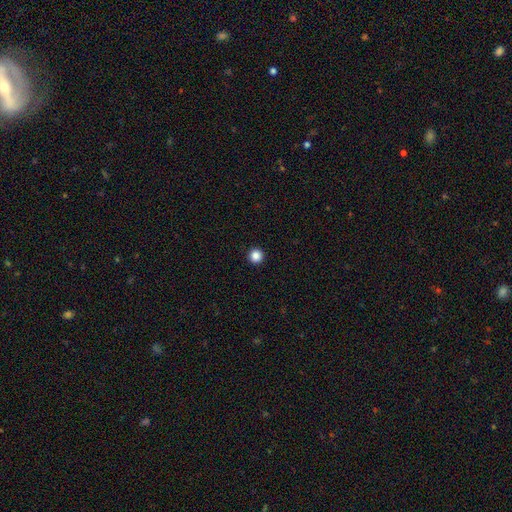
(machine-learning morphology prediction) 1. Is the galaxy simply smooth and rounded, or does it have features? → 87% smooth, 10% star or artifact, 3% featured or disk.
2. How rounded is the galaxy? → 97% round, 2% in between, 1% cigar-shaped.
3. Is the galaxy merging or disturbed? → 94% none, 3% minor disturbance, 1% major disturbance, 1% merger.